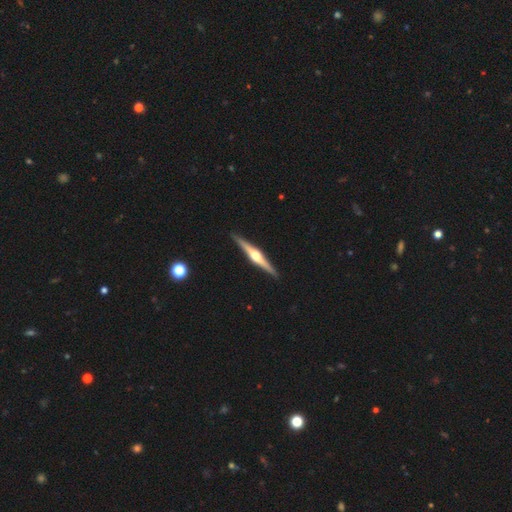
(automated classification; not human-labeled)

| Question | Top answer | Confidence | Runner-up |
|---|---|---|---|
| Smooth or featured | featured or disk | 81% | smooth (15%) |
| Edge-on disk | yes | 98% | no (2%) |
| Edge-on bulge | rounded | 95% | boxy (3%) |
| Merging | none | 92% | minor disturbance (6%) |